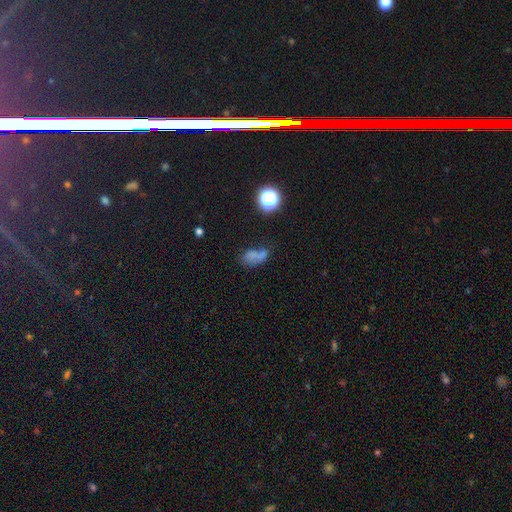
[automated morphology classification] Smooth or featured? smooth (62%)
How rounded? in between (76%)
Merging? merger (33%)